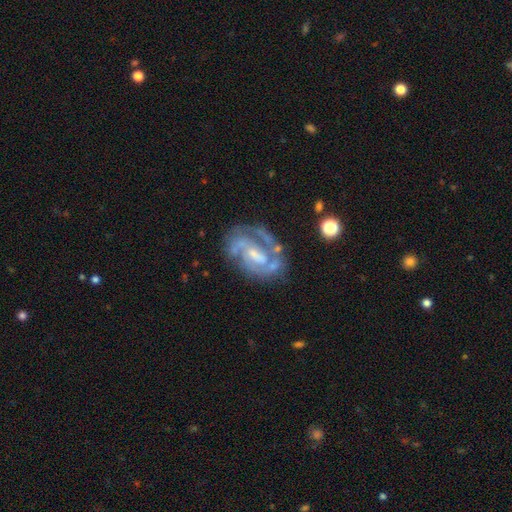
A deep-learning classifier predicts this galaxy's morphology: type=featured or disk (85%); edge-on=no (97%); bar=weak (48%); spiral arms=yes (92%); winding=medium (46%); arm count=2 (60%); bulge=small (46%); merging=none (63%).